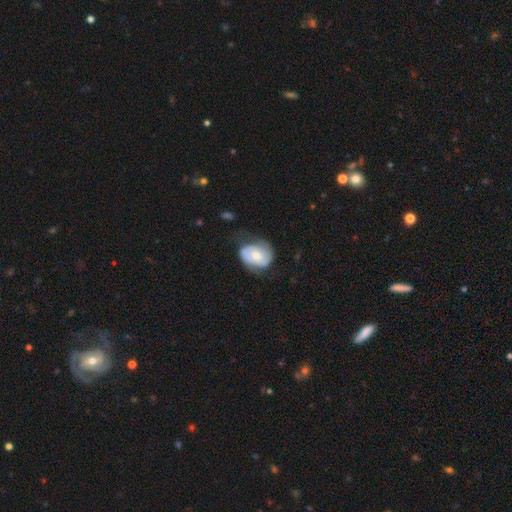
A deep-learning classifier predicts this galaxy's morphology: Smooth or featured? Predicted: smooth (p=0.48). Merging? Predicted: none (p=0.47).